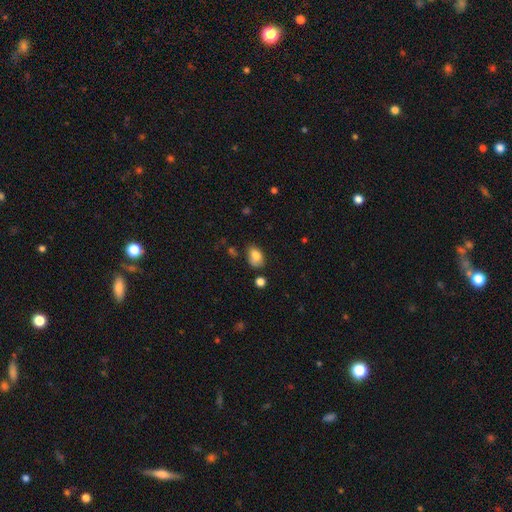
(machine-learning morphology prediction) The model was most divided on "merging": none: 60%, minor disturbance: 27%, major disturbance: 7%, merger: 5%. More confident: how rounded — in between (84%); smooth or featured — smooth (81%).